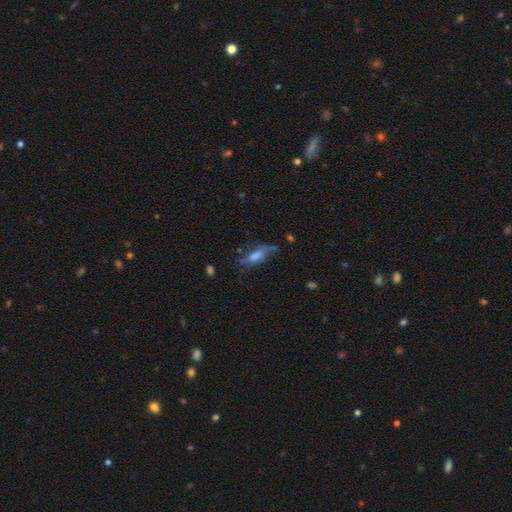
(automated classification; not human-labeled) A featured or disk galaxy (45%).

Vote fractions:
- Smooth or featured? featured or disk: 45% / smooth: 43% / star or artifact: 12%
- Merging? none: 49% / minor disturbance: 27% / major disturbance: 19% / merger: 5%